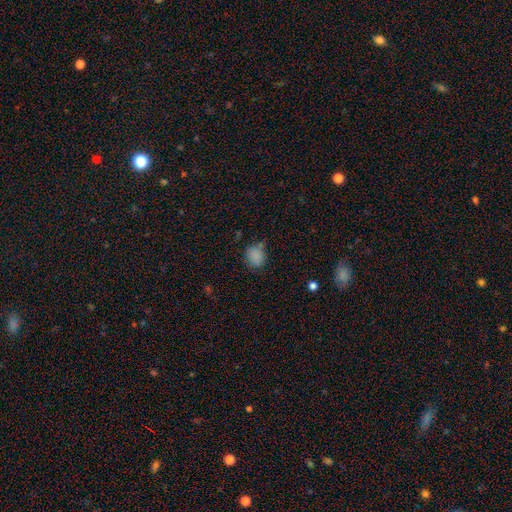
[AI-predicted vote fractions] This is clearly a smooth galaxy (83%). How rounded: likely round (61%). Merging: possibly none (58%).